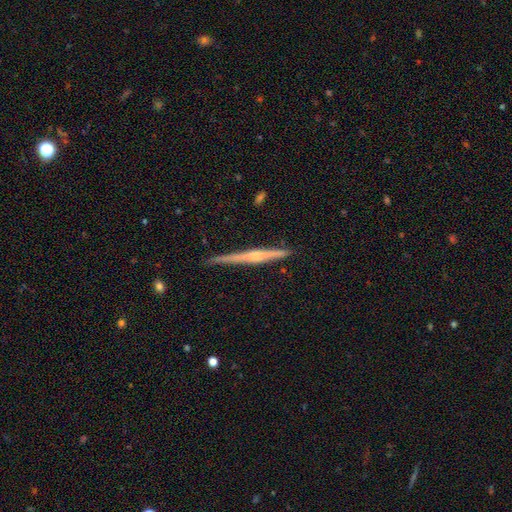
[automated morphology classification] Smooth or featured?
  - featured or disk: 75% *
  - smooth: 20%
  - star or artifact: 5%
Edge-on disk?
  - yes: 98% *
  - no: 2%
Edge-on bulge?
  - rounded: 66% *
  - none: 23%
  - boxy: 12%
Merging?
  - none: 86% *
  - minor disturbance: 11%
  - major disturbance: 2%
  - merger: 1%